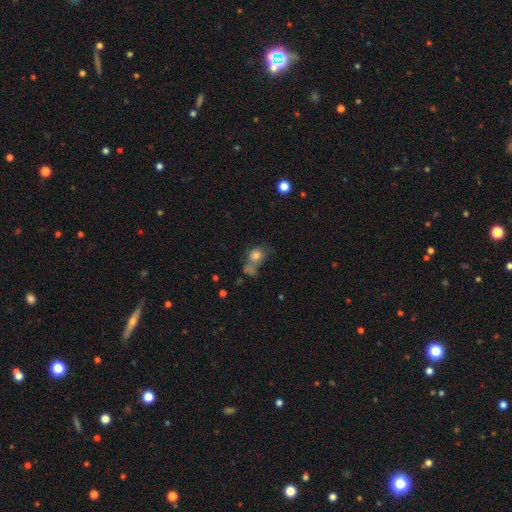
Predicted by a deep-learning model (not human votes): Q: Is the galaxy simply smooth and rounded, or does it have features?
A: smooth — 77%.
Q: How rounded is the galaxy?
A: round — 64%.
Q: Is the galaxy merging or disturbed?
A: merger — 37%.